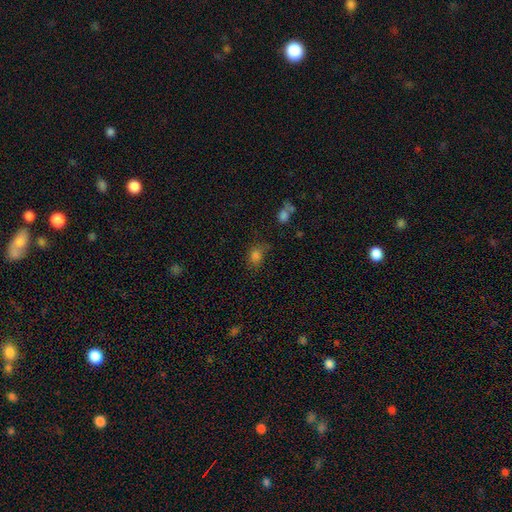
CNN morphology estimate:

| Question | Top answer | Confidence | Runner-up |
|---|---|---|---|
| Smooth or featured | smooth | 77% | star or artifact (17%) |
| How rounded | round | 54% | in between (45%) |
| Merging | none | 64% | minor disturbance (21%) |